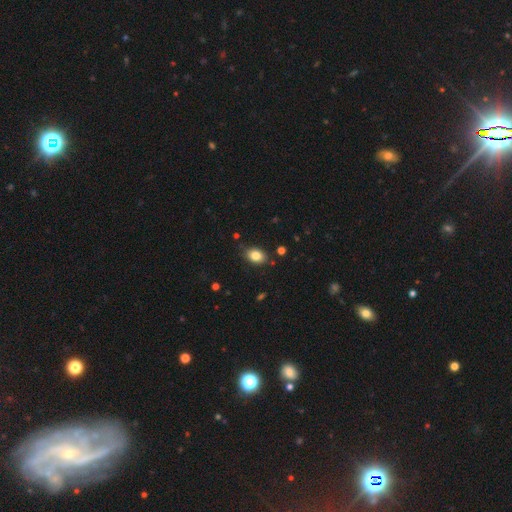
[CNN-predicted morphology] smooth-or-featured: smooth: 84% | star or artifact: 9% | featured or disk: 7%
  how-rounded: in between: 81% | round: 17% | cigar-shaped: 1%
  merging: none: 83% | minor disturbance: 13% | major disturbance: 3% | merger: 2%